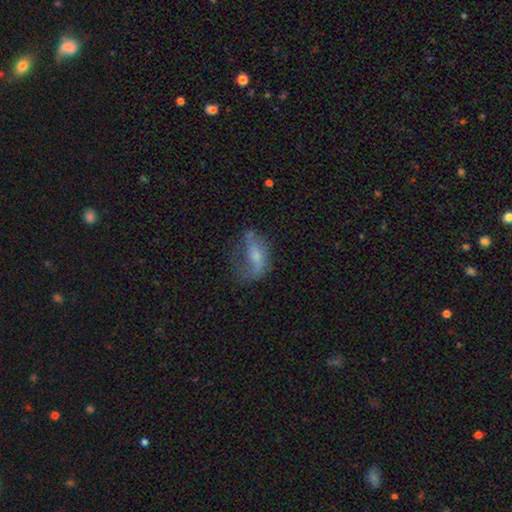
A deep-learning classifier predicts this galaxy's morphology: Smooth or featured? featured or disk (47%)
Merging? major disturbance (39%)